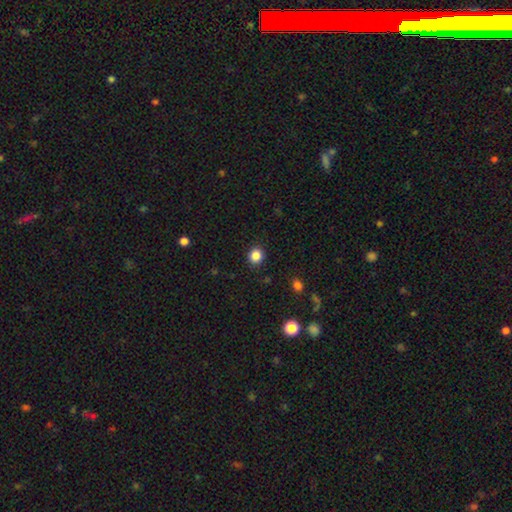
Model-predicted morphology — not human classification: smooth_or_featured: smooth (p=0.85) [alt: star or artifact p=0.11]
how_rounded: round (p=0.83) [alt: in between p=0.17]
merging: none (p=0.90) [alt: minor disturbance p=0.07]